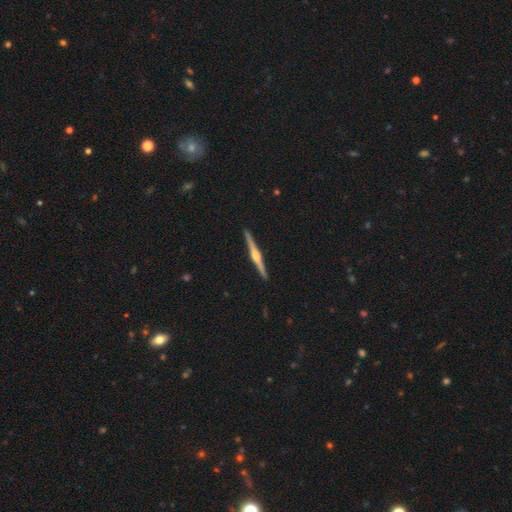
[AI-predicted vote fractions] featured or disk 82%, smooth 13%, star or artifact 5%. Down the decision tree: edge-on disk — yes (99%); edge-on bulge — rounded (86%); merging — none (93%).